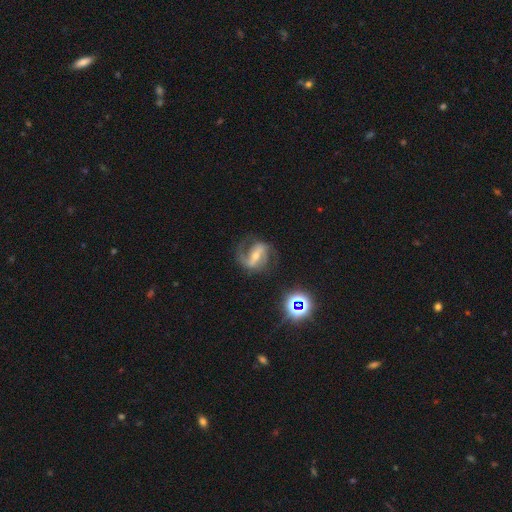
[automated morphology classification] smooth-or-featured: featured or disk: 82% | smooth: 9% | star or artifact: 9%
  disk-edge-on: no: 96% | yes: 4%
    bar: strong: 57% | weak: 31% | no: 12%
    has-spiral-arms: yes: 94% | no: 6%
      spiral-winding: medium: 50% | loose: 33% | tight: 17%
      spiral-arm-count: 2: 82% | 1: 10% | can't tell: 4% | 3: 2% | 4: 1% | more than 4: 1%
    bulge-size: small: 46% | moderate: 45% | large: 4% | none: 4% | dominant: 1%
  merging: none: 68% | minor disturbance: 17% | major disturbance: 13% | merger: 2%